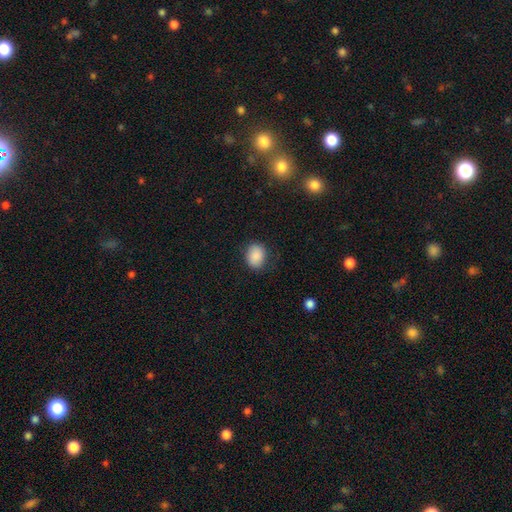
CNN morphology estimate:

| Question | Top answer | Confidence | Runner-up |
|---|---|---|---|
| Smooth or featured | smooth | 88% | star or artifact (8%) |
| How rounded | in between | 56% | round (43%) |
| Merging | none | 81% | minor disturbance (14%) |